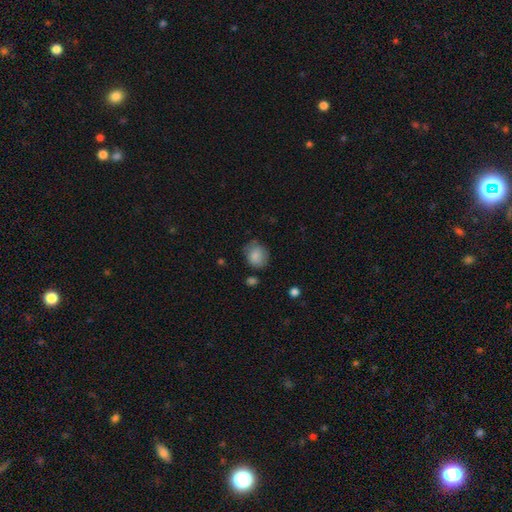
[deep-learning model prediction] smooth-or-featured: smooth: 84% | star or artifact: 8% | featured or disk: 8%
  how-rounded: round: 63% | in between: 36% | cigar-shaped: 1%
  merging: none: 67% | minor disturbance: 24% | major disturbance: 7% | merger: 3%